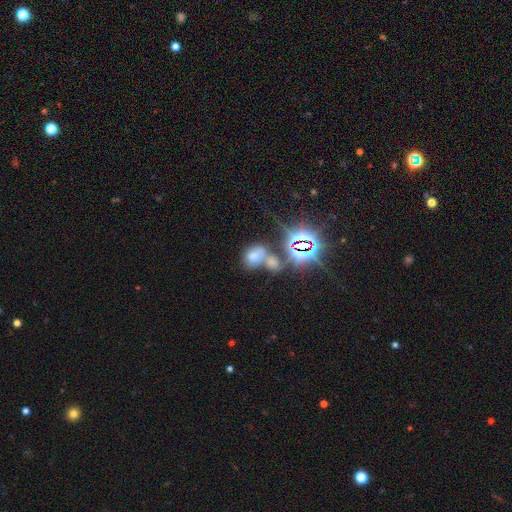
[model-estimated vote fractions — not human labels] Smooth or featured?
  - smooth: 52% *
  - star or artifact: 33%
  - featured or disk: 15%
How rounded?
  - in between: 71% *
  - round: 27%
  - cigar-shaped: 2%
Merging?
  - merger: 53% *
  - none: 29%
  - minor disturbance: 11%
  - major disturbance: 7%